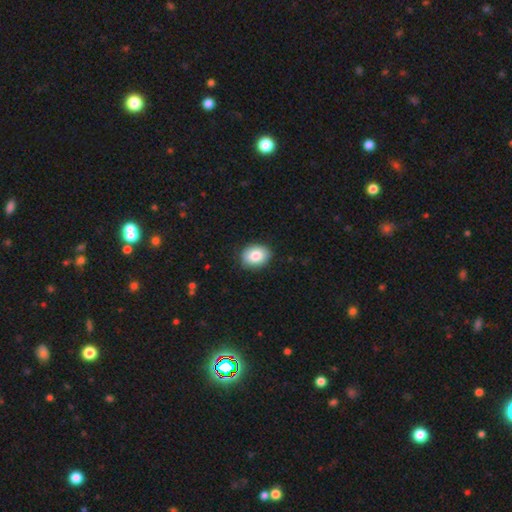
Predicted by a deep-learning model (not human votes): Morphology: type=smooth (84%); roundness=in between (62%); merging=none (88%).